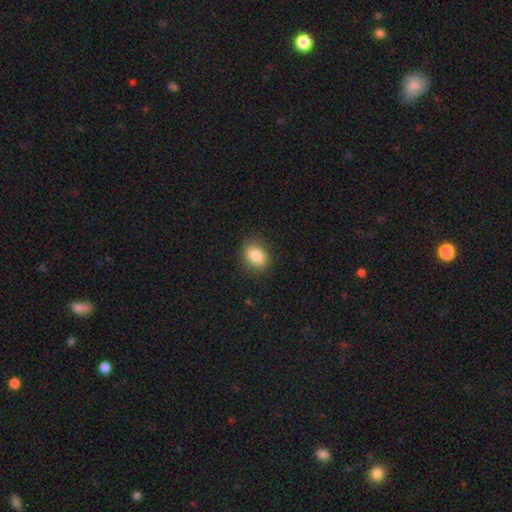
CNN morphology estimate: smooth 83%, star or artifact 9%, featured or disk 8%. Down the decision tree: how rounded — in between (61%); merging — none (86%).